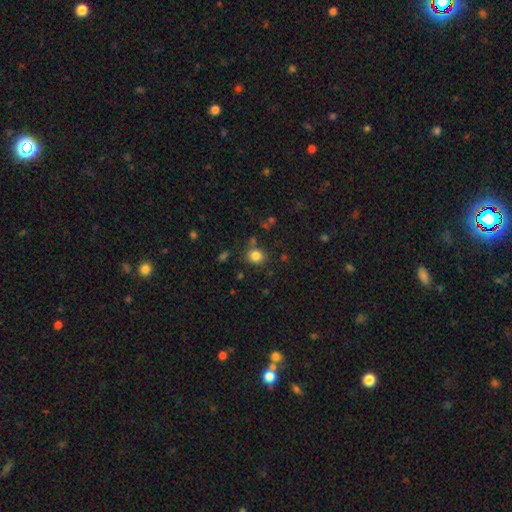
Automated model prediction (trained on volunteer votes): Morphology: type=smooth (83%); roundness=round (77%); merging=none (79%).